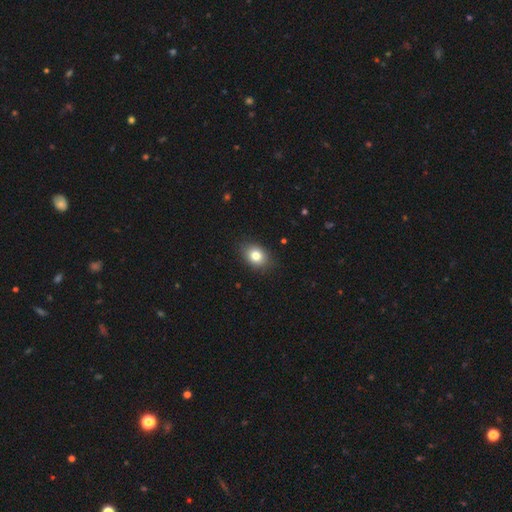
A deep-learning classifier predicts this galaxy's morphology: Smooth or featured? Predicted: smooth (p=0.81). How rounded? Predicted: in between (p=0.67). Merging? Predicted: none (p=0.87).